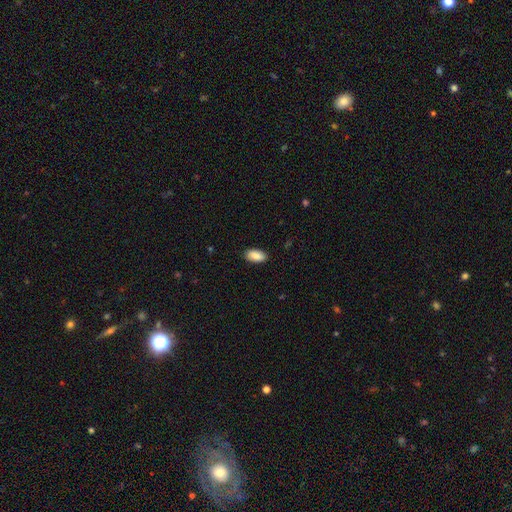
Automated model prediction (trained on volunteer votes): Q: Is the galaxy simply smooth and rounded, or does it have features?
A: smooth — 89%.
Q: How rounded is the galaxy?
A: in between — 93%.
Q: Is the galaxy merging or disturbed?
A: none — 87%.